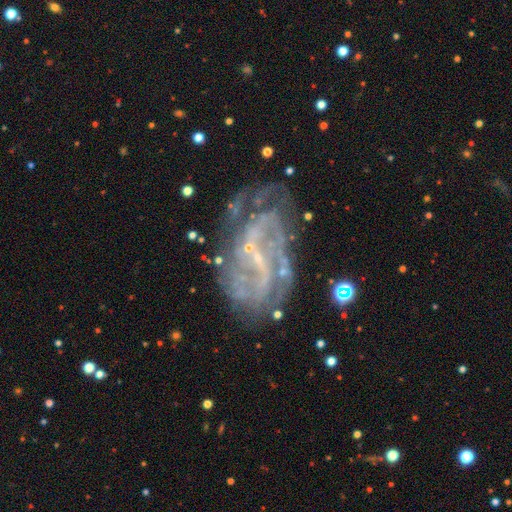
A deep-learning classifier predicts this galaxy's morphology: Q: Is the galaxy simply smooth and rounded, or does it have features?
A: featured or disk — 81%.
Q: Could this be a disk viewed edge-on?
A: no — 96%.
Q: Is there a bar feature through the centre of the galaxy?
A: weak — 41%.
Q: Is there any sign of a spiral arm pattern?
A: yes — 80%.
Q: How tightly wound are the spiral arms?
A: medium — 39%.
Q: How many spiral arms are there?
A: can't tell — 41%.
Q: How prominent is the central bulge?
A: small — 70%.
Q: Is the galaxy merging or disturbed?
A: none — 54%.